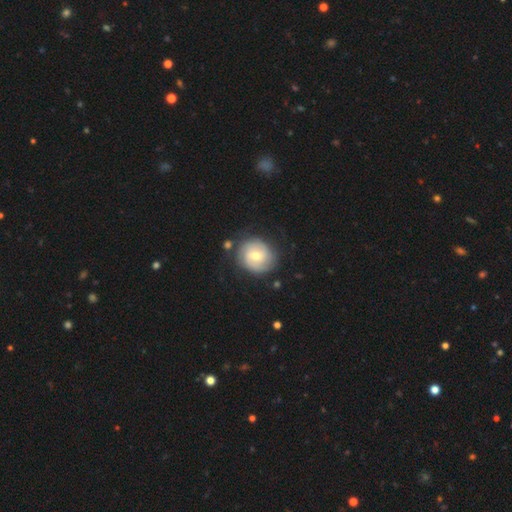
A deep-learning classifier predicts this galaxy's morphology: Smooth or featured? featured or disk (67%)
Edge-on disk? no (98%)
Bar? weak (49%)
Spiral arms? yes (89%)
Spiral winding? tight (60%)
Spiral arm count? 2 (45%)
Bulge size? moderate (64%)
Merging? none (77%)